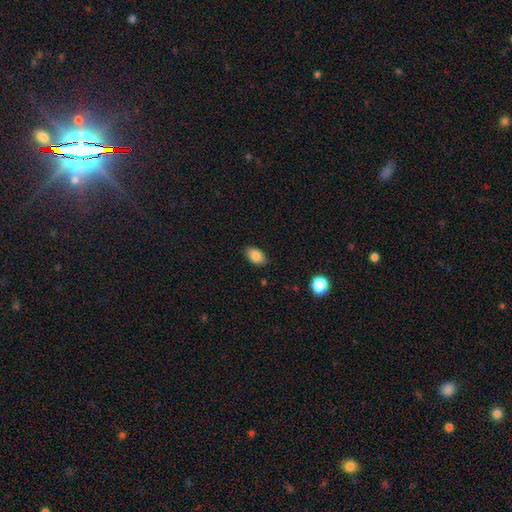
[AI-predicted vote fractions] Smooth or featured?
  - smooth: 86% *
  - star or artifact: 8%
  - featured or disk: 6%
How rounded?
  - in between: 89% *
  - round: 9%
  - cigar-shaped: 1%
Merging?
  - none: 86% *
  - minor disturbance: 10%
  - major disturbance: 2%
  - merger: 1%